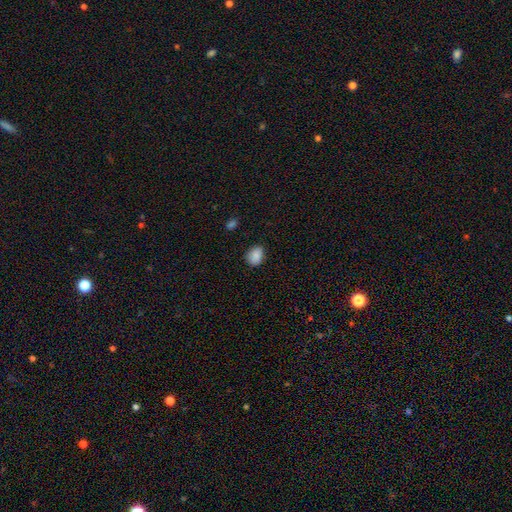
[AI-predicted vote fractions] A smooth galaxy with no disk features (87%) that is in between round and cigar-shaped (59%).

Vote fractions:
- Smooth or featured? smooth: 87% / star or artifact: 9% / featured or disk: 4%
- How rounded? in between: 59% / round: 40% / cigar-shaped: 1%
- Merging? none: 79% / minor disturbance: 16% / major disturbance: 3% / merger: 1%